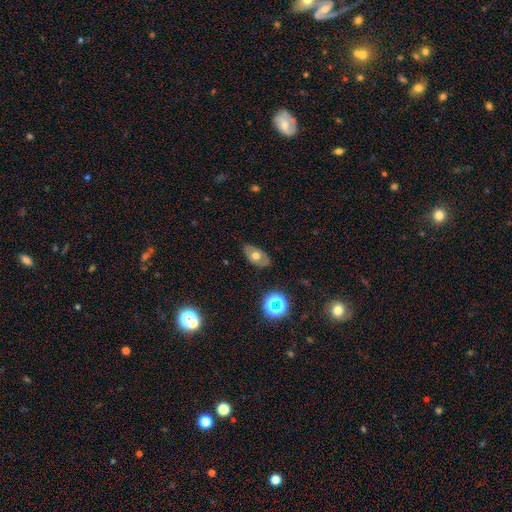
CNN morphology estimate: A smooth galaxy with no disk features (55%) that is in between round and cigar-shaped (87%).

Vote fractions:
- Smooth or featured? smooth: 55% / featured or disk: 32% / star or artifact: 12%
- How rounded? in between: 87% / round: 11% / cigar-shaped: 2%
- Merging? none: 80% / minor disturbance: 16% / major disturbance: 3% / merger: 1%